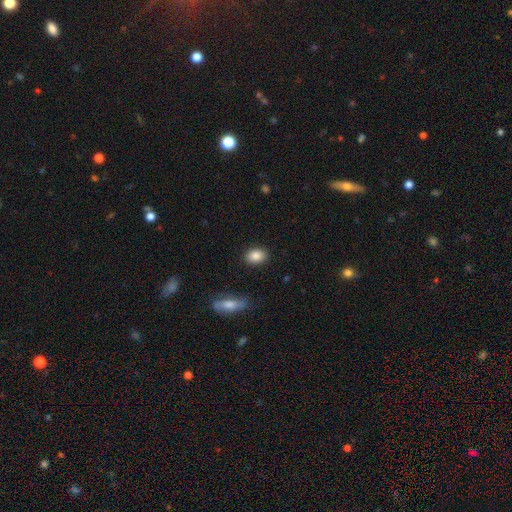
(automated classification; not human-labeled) This is clearly a smooth galaxy (86%). How rounded: likely in between (78%). Merging: clearly none (89%).